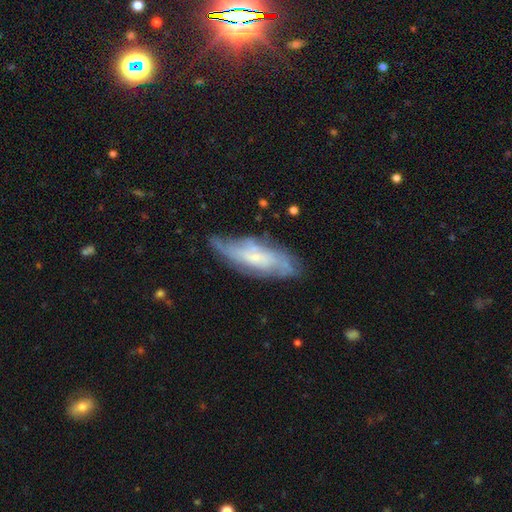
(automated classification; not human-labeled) This is likely a featured or disk galaxy (65%). It is likely not viewed edge-on (73%). Merging: likely none (74%).